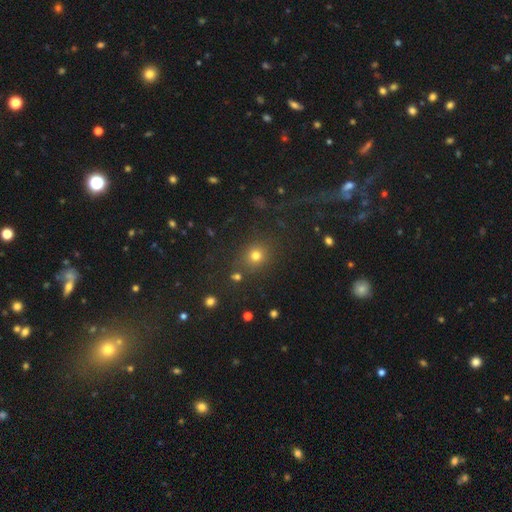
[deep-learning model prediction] This is likely a smooth galaxy (72%). How rounded: clearly round (83%). Merging: likely none (80%).